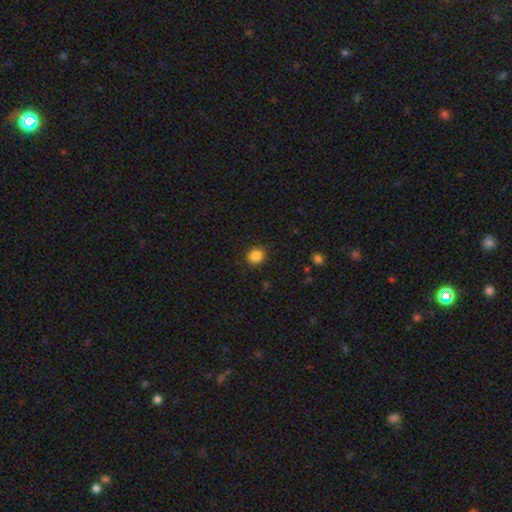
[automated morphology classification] This appears to be a smooth galaxy with no disk features (86%) that is round (84%). Merging: none (89%).